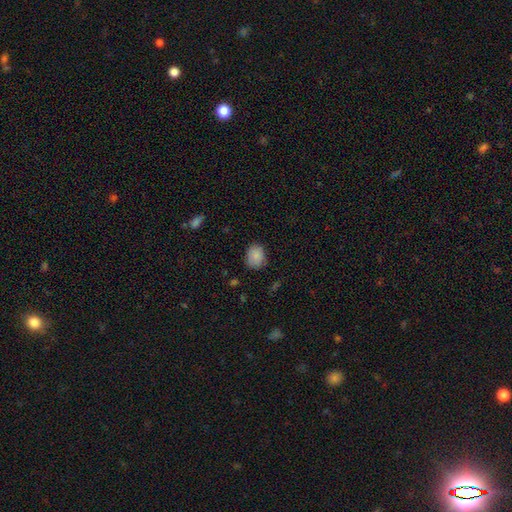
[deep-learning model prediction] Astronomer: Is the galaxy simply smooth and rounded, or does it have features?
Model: smooth — 86%.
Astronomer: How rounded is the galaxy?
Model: round — 51% (runner-up: in between, 48%).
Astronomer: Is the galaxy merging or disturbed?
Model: none — 76%.